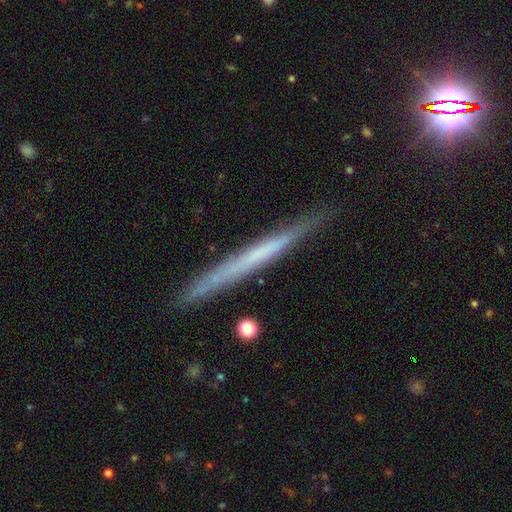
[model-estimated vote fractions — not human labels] A featured or disk galaxy (53%) viewed edge-on (96%) with no central bulge (89%).

Vote fractions:
- Smooth or featured? featured or disk: 53% / smooth: 38% / star or artifact: 8%
- Edge-on disk? yes: 96% / no: 4%
- Edge-on bulge? none: 89% / rounded: 7% / boxy: 5%
- Merging? none: 88% / minor disturbance: 9% / major disturbance: 2% / merger: 1%